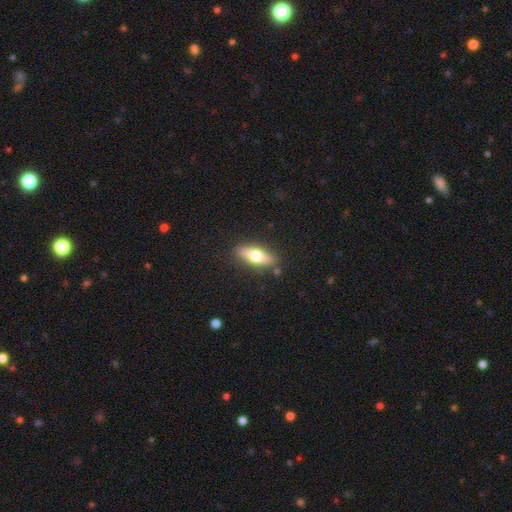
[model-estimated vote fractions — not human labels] A smooth galaxy with no disk features (55%) that is in between round and cigar-shaped (61%). Merging: none (85%).